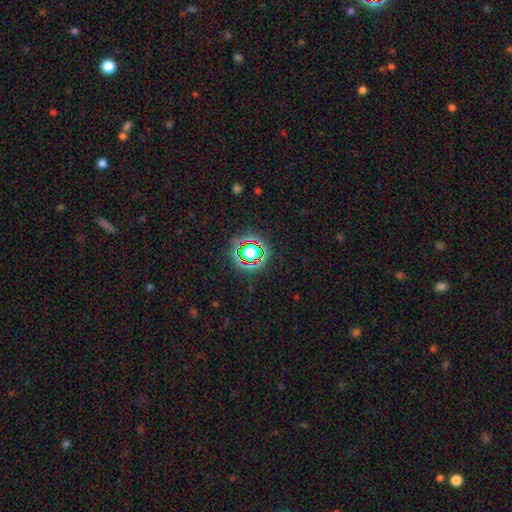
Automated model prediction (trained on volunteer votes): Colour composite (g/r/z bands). It shows a star or artifact, not a galaxy (63%).